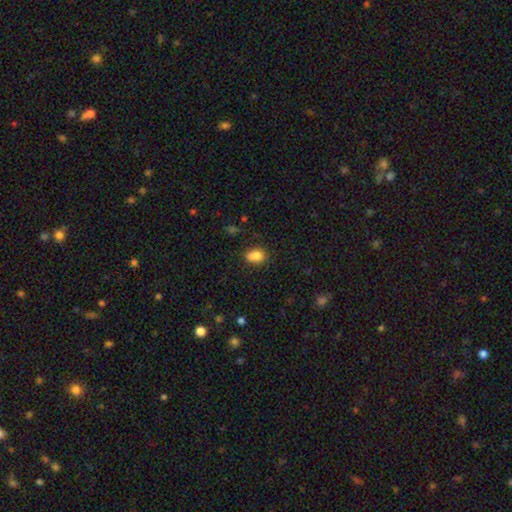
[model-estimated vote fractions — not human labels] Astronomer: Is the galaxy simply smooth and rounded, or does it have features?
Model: smooth — 82%.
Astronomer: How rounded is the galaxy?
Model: in between — 69%.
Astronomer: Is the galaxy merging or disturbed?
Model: none — 59%.